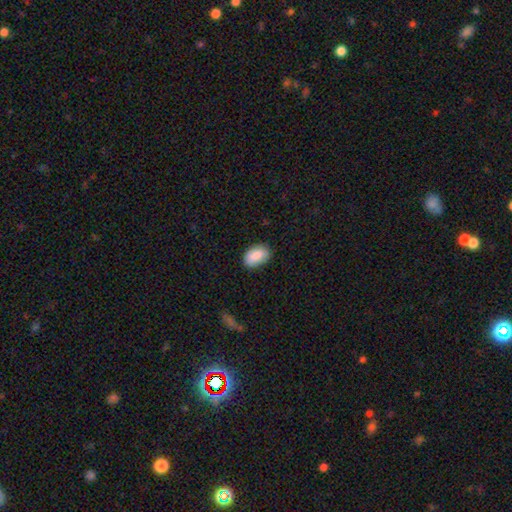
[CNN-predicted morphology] type=smooth (87%); roundness=in between (89%); merging=none (80%).